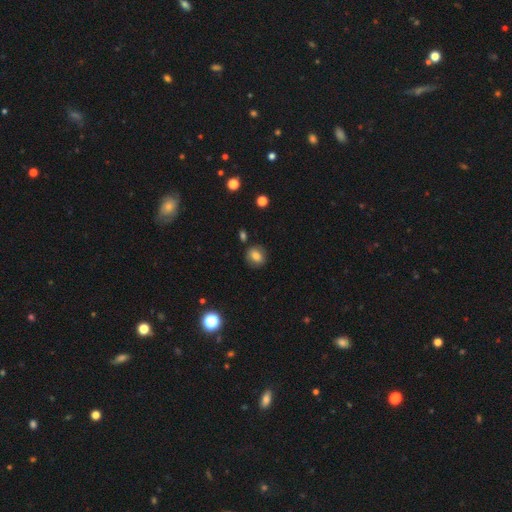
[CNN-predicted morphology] smooth-or-featured: smooth: 77% | featured or disk: 13% | star or artifact: 10%
  how-rounded: round: 62% | in between: 36% | cigar-shaped: 1%
  merging: none: 82% | minor disturbance: 12% | major disturbance: 3% | merger: 3%